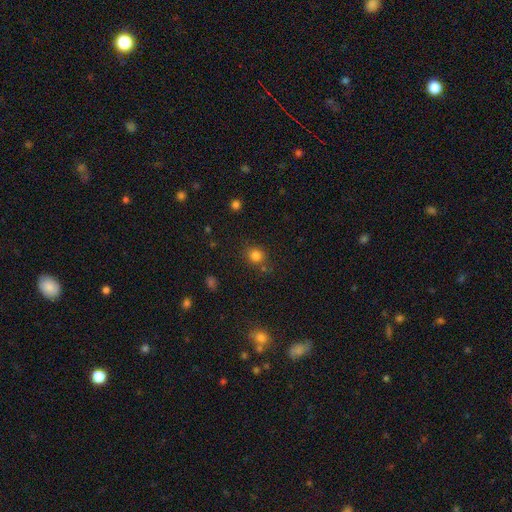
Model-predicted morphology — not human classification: type=smooth (81%); roundness=round (81%); merging=none (76%).